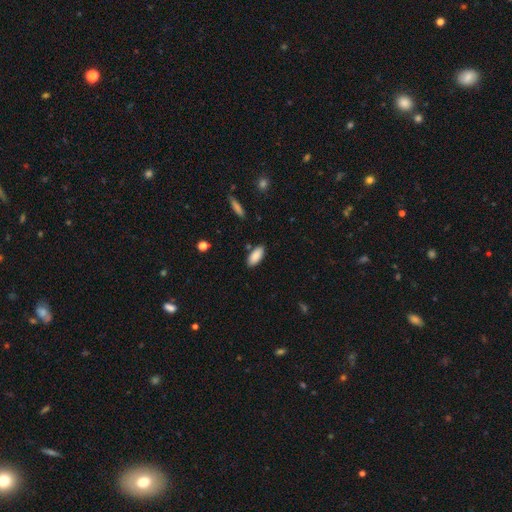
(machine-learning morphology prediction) Smooth or featured? Predicted: smooth (p=0.88). How rounded? Predicted: in between (p=0.86). Merging? Predicted: none (p=0.85).